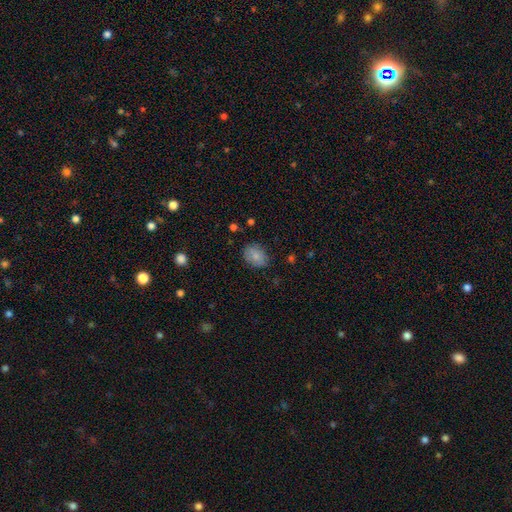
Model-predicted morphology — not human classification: A smooth galaxy with no disk features (82%) that is in between round and cigar-shaped (70%). Merging: none (79%).